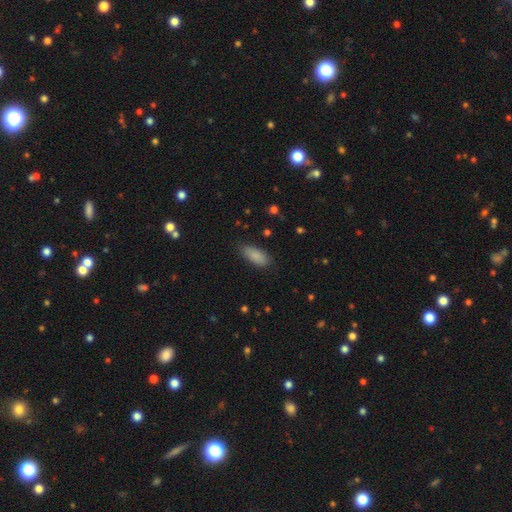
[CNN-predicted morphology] The model was most divided on "merging": none: 81%, minor disturbance: 14%, major disturbance: 3%, merger: 1%. More confident: smooth or featured — smooth (88%); how rounded — in between (83%).